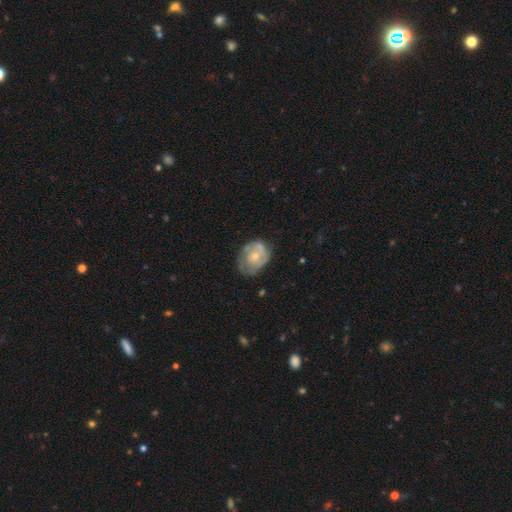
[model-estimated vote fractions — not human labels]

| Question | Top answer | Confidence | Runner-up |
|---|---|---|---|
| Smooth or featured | featured or disk | 55% | smooth (39%) |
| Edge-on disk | no | 97% | yes (3%) |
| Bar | no | 81% | weak (17%) |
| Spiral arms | no | 50% | tied: yes (50%) |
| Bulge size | small | 50% | moderate (43%) |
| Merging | none | 51% | minor disturbance (30%) |